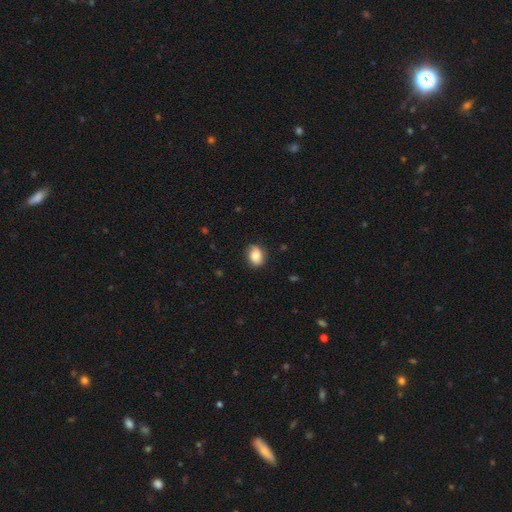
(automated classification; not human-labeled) Q: Smooth or featured?
A: smooth (81%); runner-up: featured or disk (11%)
Q: How rounded?
A: in between (65%); runner-up: round (34%)
Q: Merging?
A: none (79%); runner-up: minor disturbance (17%)